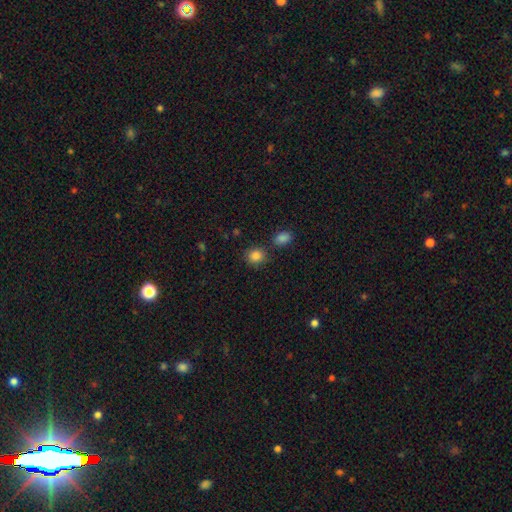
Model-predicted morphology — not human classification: smooth-or-featured: smooth: 86% | star or artifact: 10% | featured or disk: 4%
  how-rounded: round: 72% | in between: 27% | cigar-shaped: 1%
  merging: none: 76% | minor disturbance: 11% | merger: 10% | major disturbance: 3%